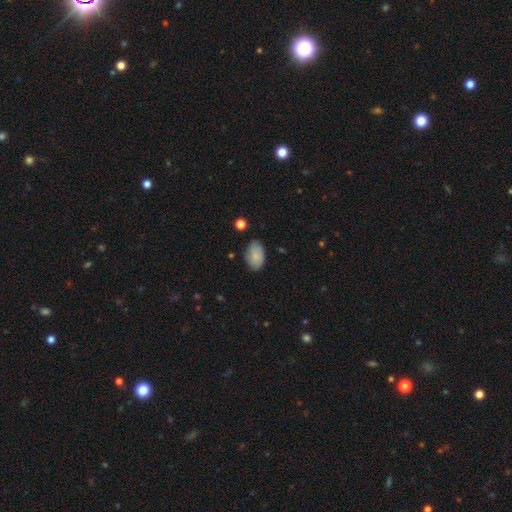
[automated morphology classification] A smooth galaxy with no disk features (85%) that is in between round and cigar-shaped (92%). Merging: none (78%).